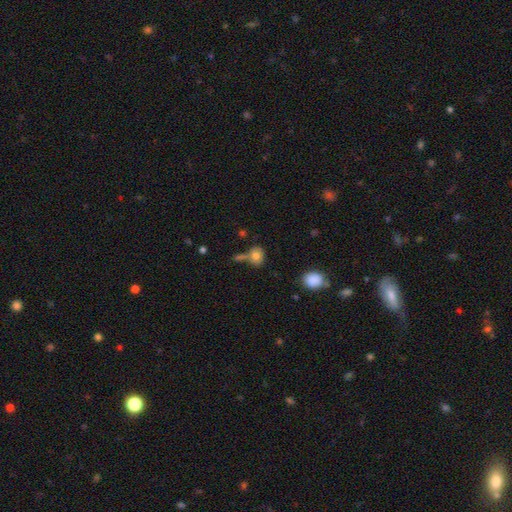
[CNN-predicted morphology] Overall: smooth (78%). How rounded: round (55%; in between 43%). Merging: none (54%; merger 23%).